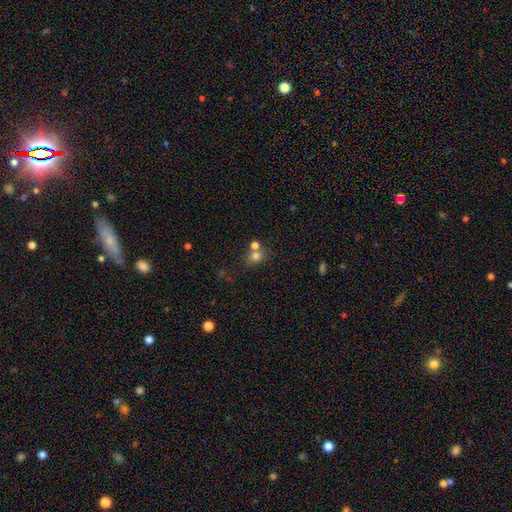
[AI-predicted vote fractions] This appears to be a smooth galaxy with no disk features (75%) that is round (70%). Merging: none (50%).